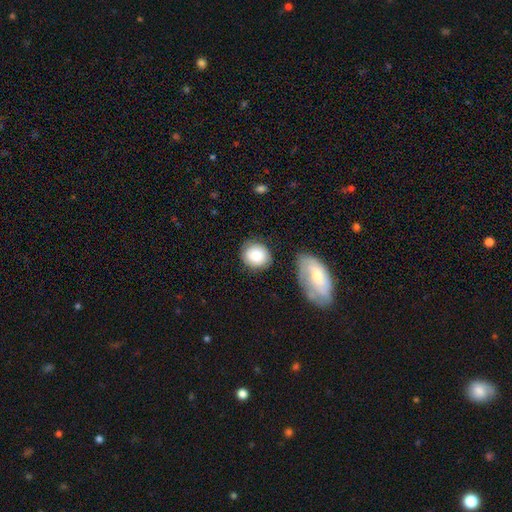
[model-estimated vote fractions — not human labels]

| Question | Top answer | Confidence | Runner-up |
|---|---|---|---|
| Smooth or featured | smooth | 76% | featured or disk (18%) |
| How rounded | round | 78% | in between (21%) |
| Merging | none | 73% | minor disturbance (15%) |